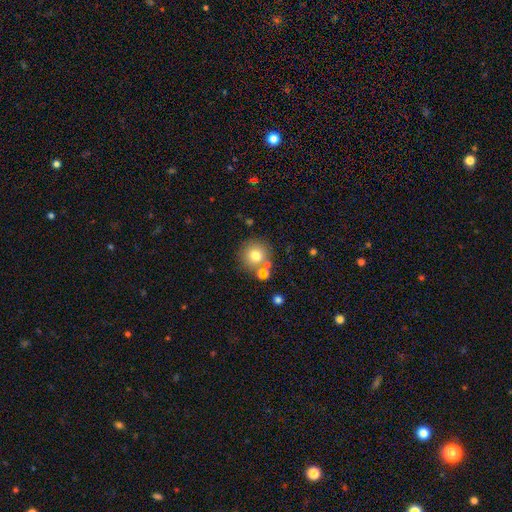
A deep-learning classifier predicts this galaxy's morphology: This is likely a smooth galaxy (74%). How rounded: clearly round (91%). Merging: likely none (68%).